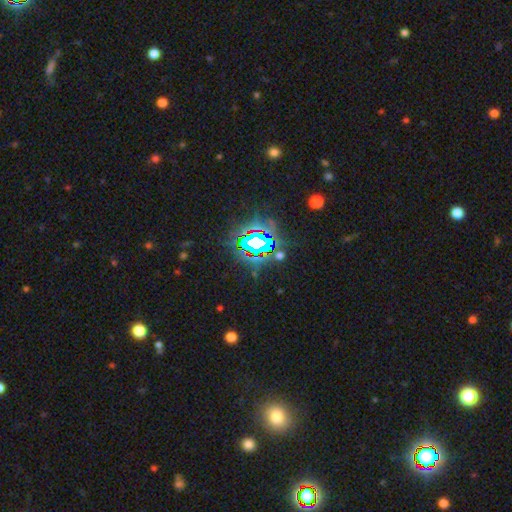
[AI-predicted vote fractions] Smooth or featured?
  - star or artifact: 77% *
  - smooth: 12%
  - featured or disk: 11%